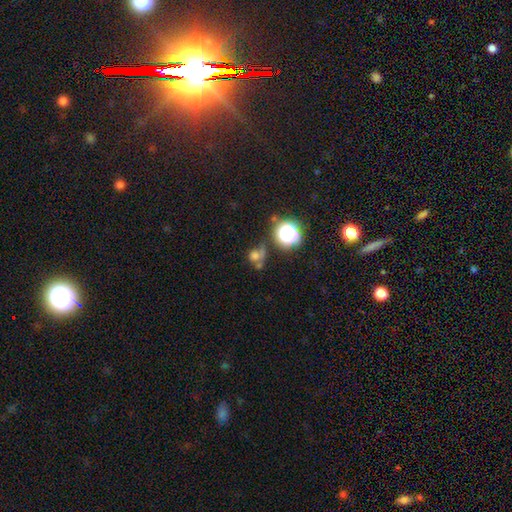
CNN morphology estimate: This appears to be a smooth galaxy with no disk features (63%) that is round (79%). Merging: none (45%).